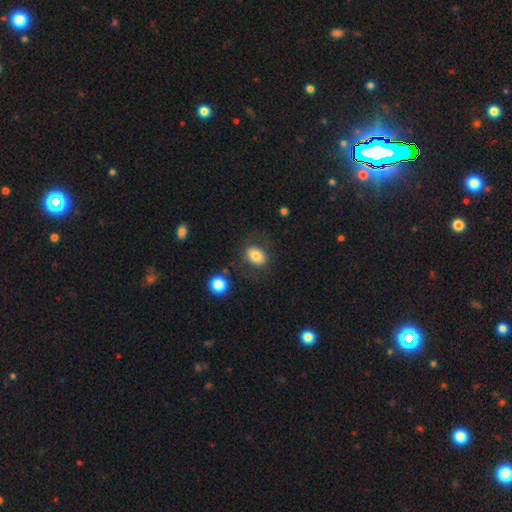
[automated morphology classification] Smooth or featured: smooth — 79% (featured or disk — 12%)
How rounded: in between — 75% (round — 24%)
Merging: none — 75% (minor disturbance — 14%)